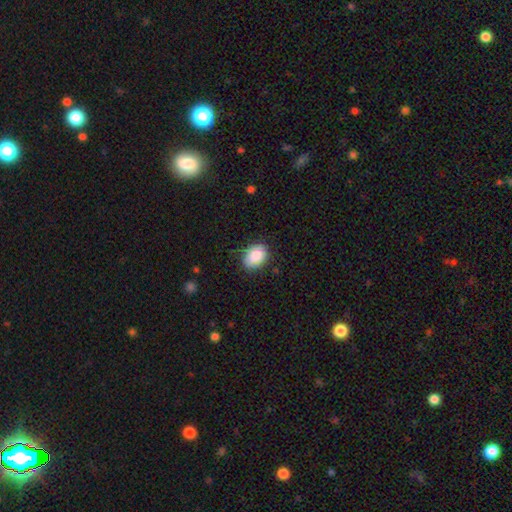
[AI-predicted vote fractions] This appears to be a smooth galaxy with no disk features (87%) that is in between round and cigar-shaped (70%). Merging: none (77%).